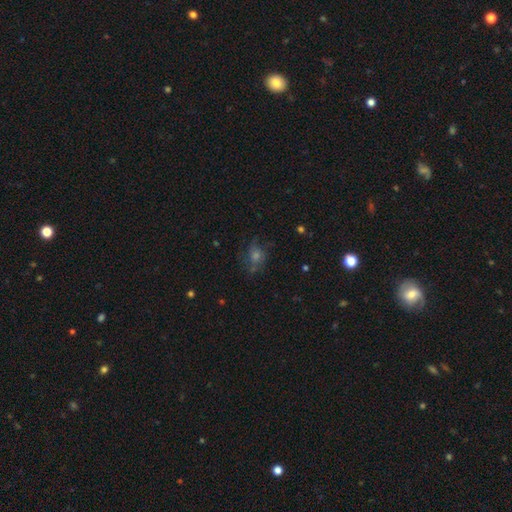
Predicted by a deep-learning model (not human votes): A smooth galaxy with no disk features (39%). Merging: none (66%).